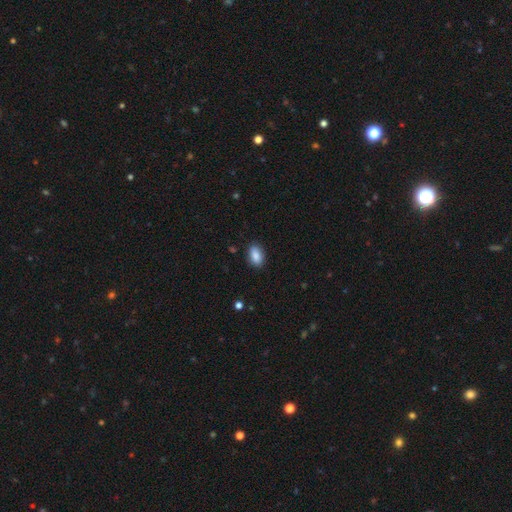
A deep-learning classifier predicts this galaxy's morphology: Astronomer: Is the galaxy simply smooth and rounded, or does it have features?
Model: smooth — 88%.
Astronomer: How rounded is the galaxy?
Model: in between — 91%.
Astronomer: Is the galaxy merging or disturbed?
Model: none — 87%.